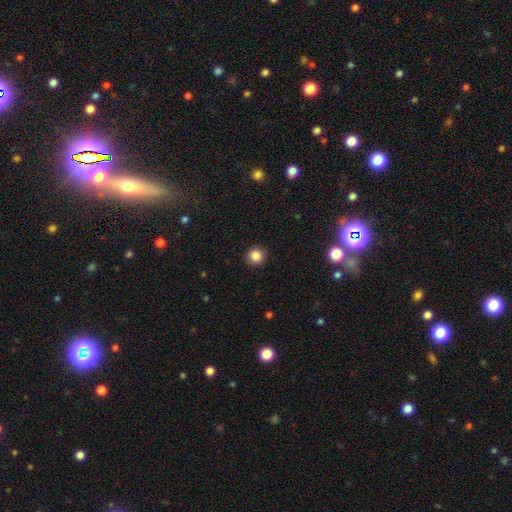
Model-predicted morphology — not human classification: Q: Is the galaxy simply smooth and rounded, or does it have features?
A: smooth — 85%.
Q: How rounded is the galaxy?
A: round — 93%.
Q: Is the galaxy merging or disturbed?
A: none — 92%.